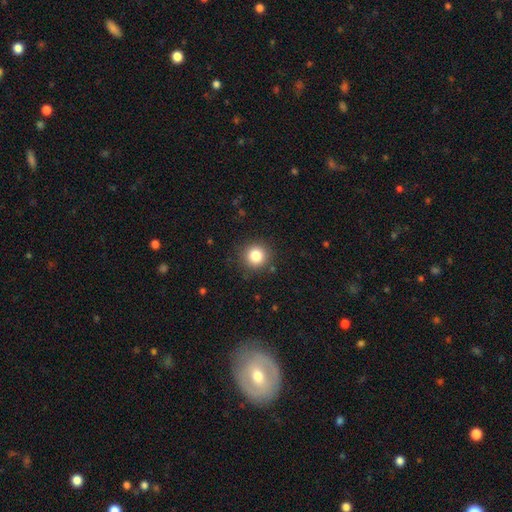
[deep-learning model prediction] Smooth or featured: smooth — 82% (star or artifact — 12%)
How rounded: round — 94% (in between — 5%)
Merging: none — 89% (minor disturbance — 7%)